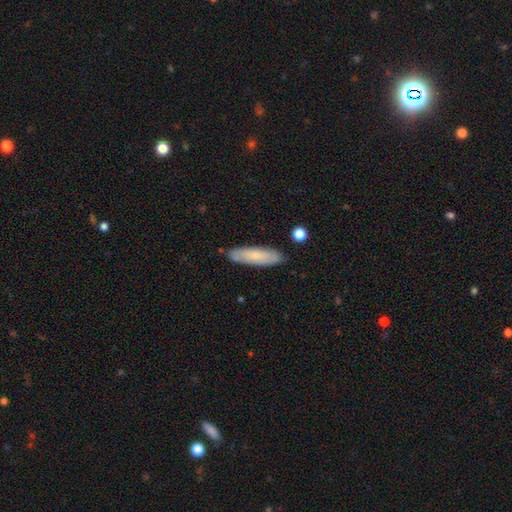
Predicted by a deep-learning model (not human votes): This appears to be a smooth galaxy with no disk features (70%) that is cigar-shaped (64%). Merging: none (85%).